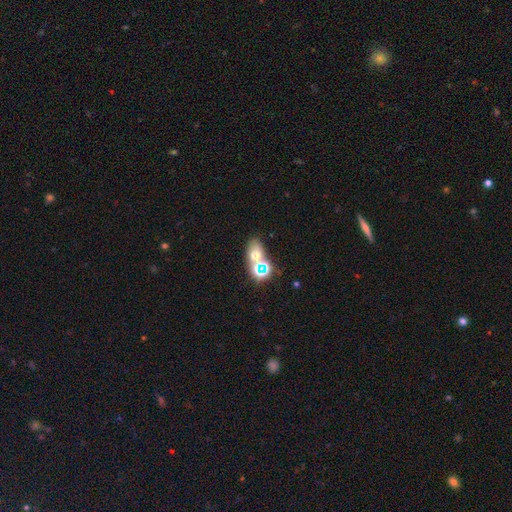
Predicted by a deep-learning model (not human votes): Smooth or featured? Predicted: smooth (p=0.50). How rounded? Predicted: in between (p=0.72). Merging? Predicted: none (p=0.48).